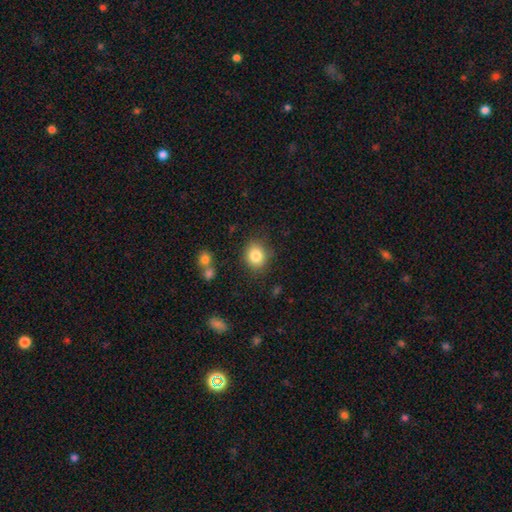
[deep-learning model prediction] smooth_or_featured: smooth (p=0.83) [alt: star or artifact p=0.10]
how_rounded: round (p=0.68) [alt: in between p=0.31]
merging: none (p=0.81) [alt: minor disturbance p=0.13]